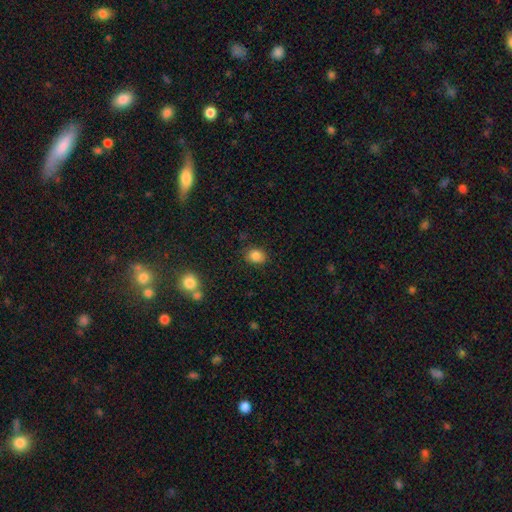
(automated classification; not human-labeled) This appears to be a smooth galaxy with no disk features (85%) that is round (55%). Merging: none (84%).